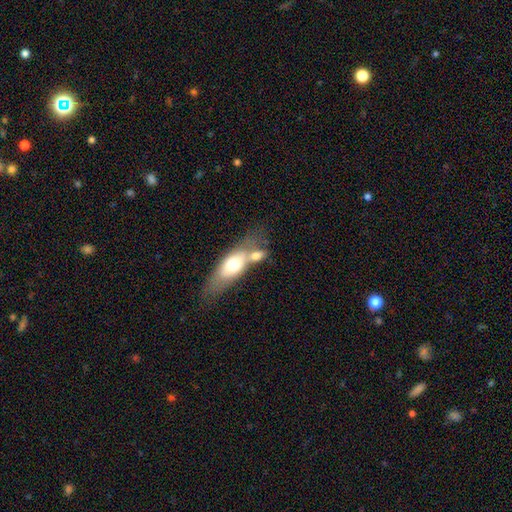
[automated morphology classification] The model was most divided on "merging": merger: 53%, none: 30%, minor disturbance: 11%, major disturbance: 7%. More confident: how rounded — in between (71%); smooth or featured — smooth (63%).